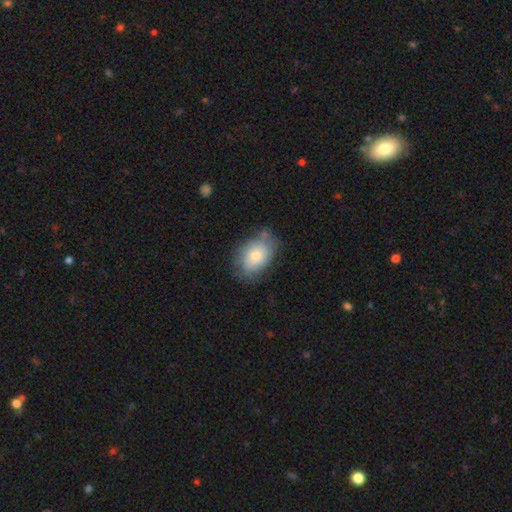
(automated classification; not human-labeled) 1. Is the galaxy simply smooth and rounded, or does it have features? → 71% smooth, 22% featured or disk, 7% star or artifact.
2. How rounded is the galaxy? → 83% in between, 16% round, 1% cigar-shaped.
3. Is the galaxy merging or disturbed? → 64% none, 25% minor disturbance, 7% major disturbance, 3% merger.